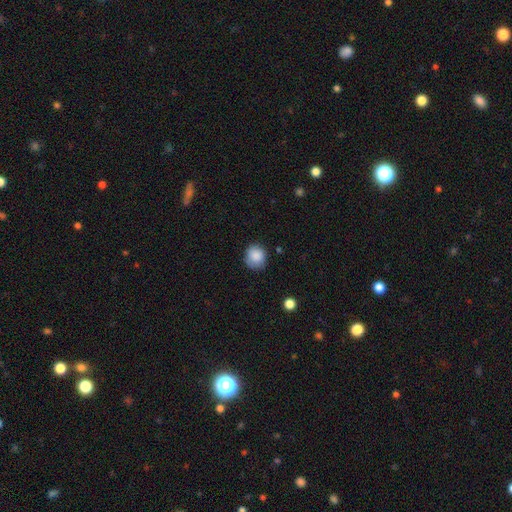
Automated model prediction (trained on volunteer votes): Q: Smooth or featured?
A: smooth (87%); runner-up: star or artifact (8%)
Q: How rounded?
A: round (85%); runner-up: in between (14%)
Q: Merging?
A: none (78%); runner-up: minor disturbance (17%)